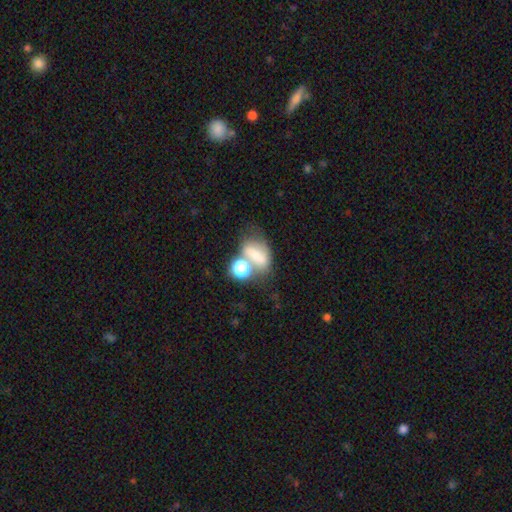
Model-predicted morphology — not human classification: Smooth or featured: smooth — 54% (featured or disk — 29%)
How rounded: in between — 67% (round — 30%)
Merging: merger — 38% (none — 30%)